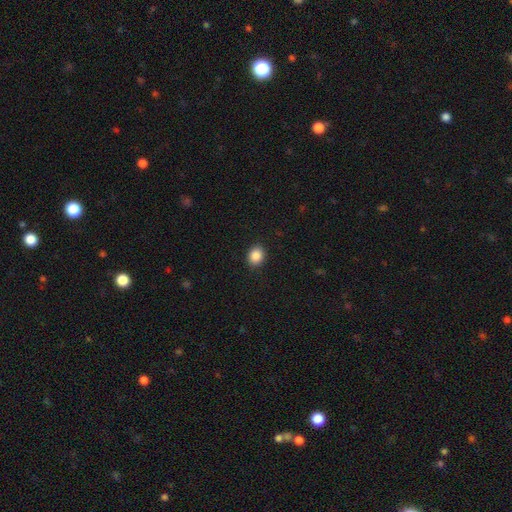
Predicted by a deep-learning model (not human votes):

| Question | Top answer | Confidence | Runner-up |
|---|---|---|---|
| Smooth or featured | smooth | 87% | star or artifact (9%) |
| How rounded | round | 57% | in between (42%) |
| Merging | none | 91% | minor disturbance (6%) |